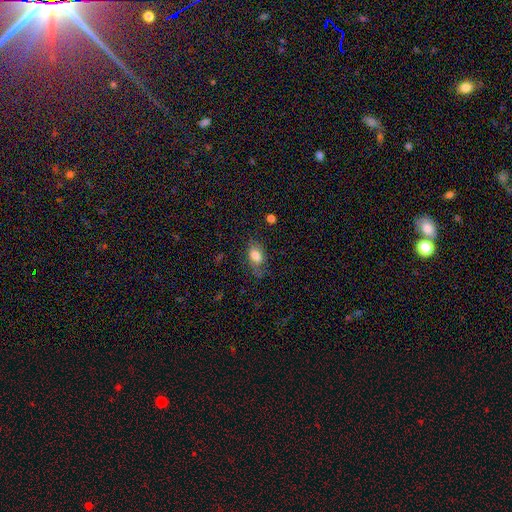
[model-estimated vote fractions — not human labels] Smooth or featured? Predicted: smooth (p=0.75). How rounded? Predicted: in between (p=0.88). Merging? Predicted: none (p=0.62).